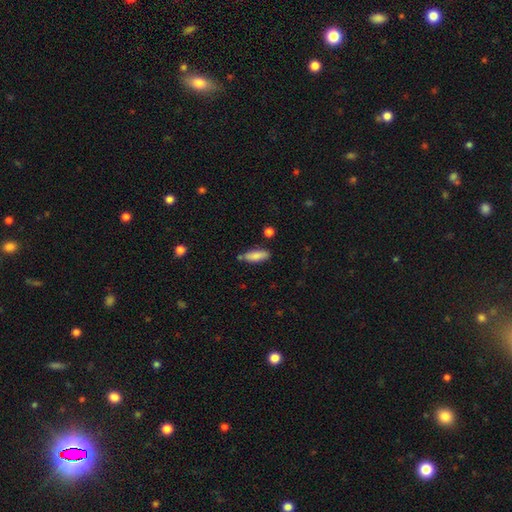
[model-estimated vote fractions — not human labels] Q: Smooth or featured?
A: smooth (83%); runner-up: featured or disk (10%)
Q: How rounded?
A: in between (61%); runner-up: cigar-shaped (37%)
Q: Merging?
A: none (74%); runner-up: minor disturbance (16%)